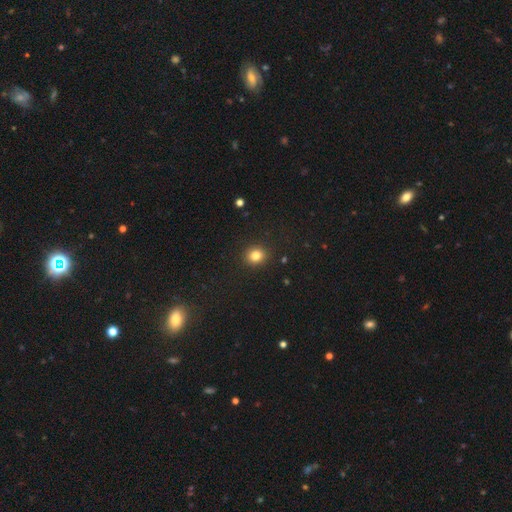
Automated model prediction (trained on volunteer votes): smooth 82%, star or artifact 12%, featured or disk 6%. Down the decision tree: how rounded — round (79%); merging — none (91%).